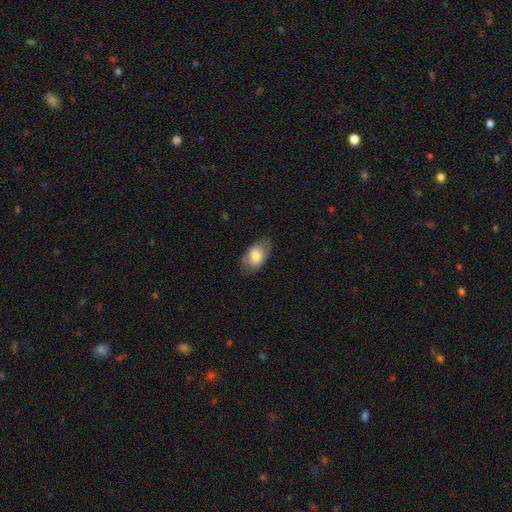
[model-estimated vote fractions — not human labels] The model was most divided on "smooth or featured": smooth: 70%, featured or disk: 23%, star or artifact: 7%. More confident: how rounded — in between (89%); merging — none (73%).